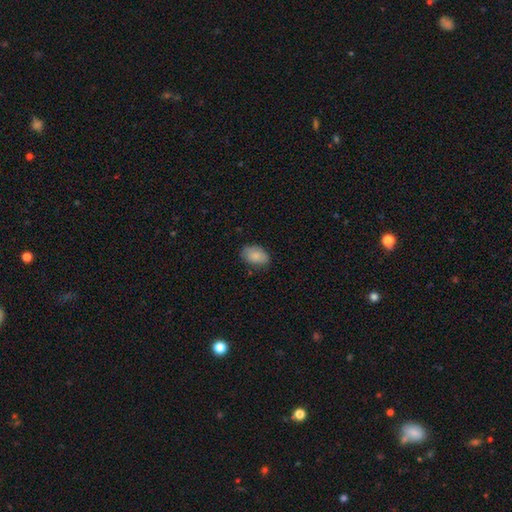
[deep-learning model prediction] Morphology: type=smooth (85%); roundness=in between (87%); merging=none (76%).